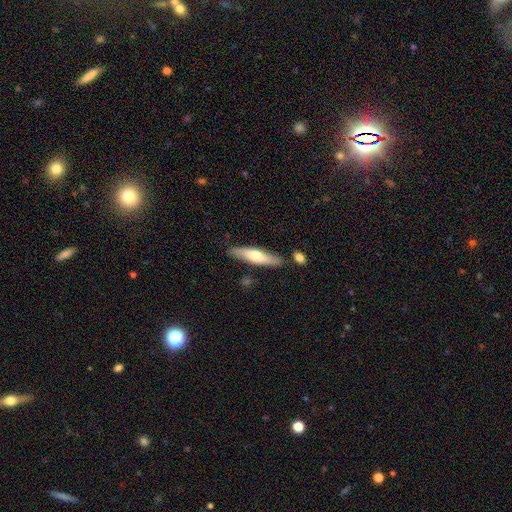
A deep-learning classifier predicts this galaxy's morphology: smooth_or_featured: smooth (p=0.55) [alt: featured or disk p=0.40]
how_rounded: cigar-shaped (p=0.79) [alt: in between p=0.20]
merging: none (p=0.81) [alt: minor disturbance p=0.12]